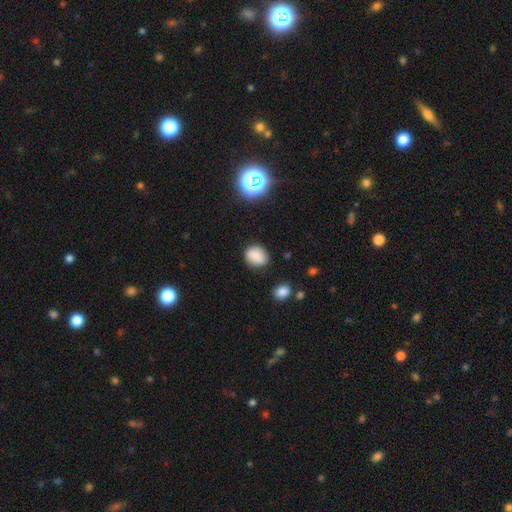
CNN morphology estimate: Smooth or featured? Predicted: smooth (p=0.82). How rounded? Predicted: round (p=0.60). Merging? Predicted: none (p=0.79).